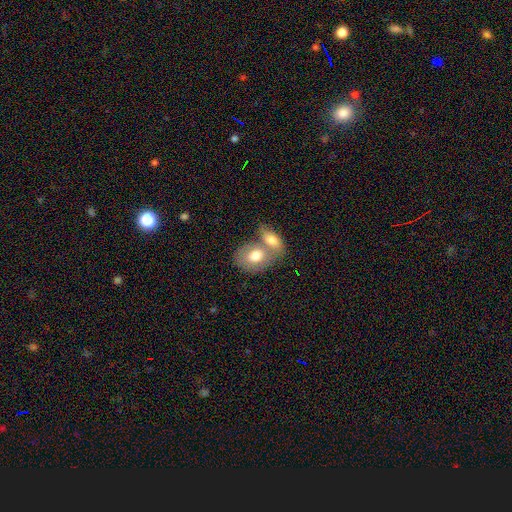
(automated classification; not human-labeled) A smooth galaxy with no disk features (70%) that is in between round and cigar-shaped (74%).

Vote fractions:
- Smooth or featured? smooth: 70% / featured or disk: 24% / star or artifact: 5%
- How rounded? in between: 74% / round: 24% / cigar-shaped: 2%
- Merging? merger: 63% / none: 25% / minor disturbance: 8% / major disturbance: 4%